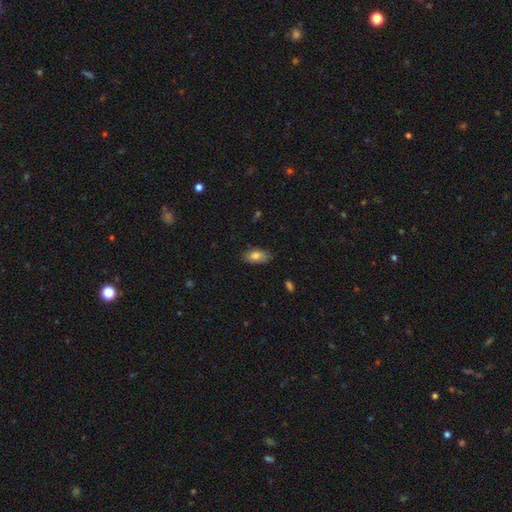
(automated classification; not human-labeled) This appears to be a smooth galaxy with no disk features (79%) that is in between round and cigar-shaped (93%). Merging: none (82%).